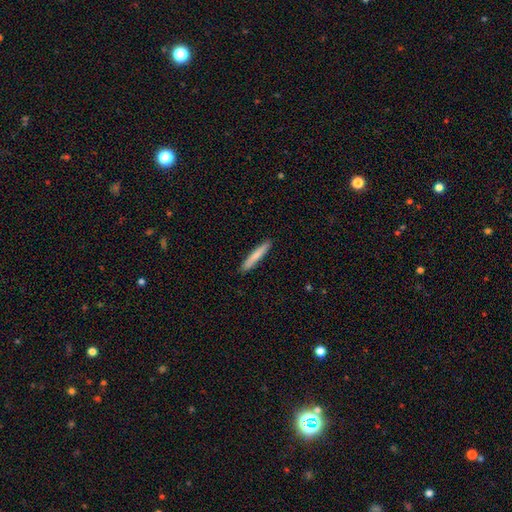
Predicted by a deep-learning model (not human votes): A smooth galaxy with no disk features (76%) that is cigar-shaped (95%).

Vote fractions:
- Smooth or featured? smooth: 76% / featured or disk: 18% / star or artifact: 5%
- How rounded? cigar-shaped: 95% / in between: 4% / round: 1%
- Merging? none: 91% / minor disturbance: 7% / major disturbance: 1% / merger: 1%